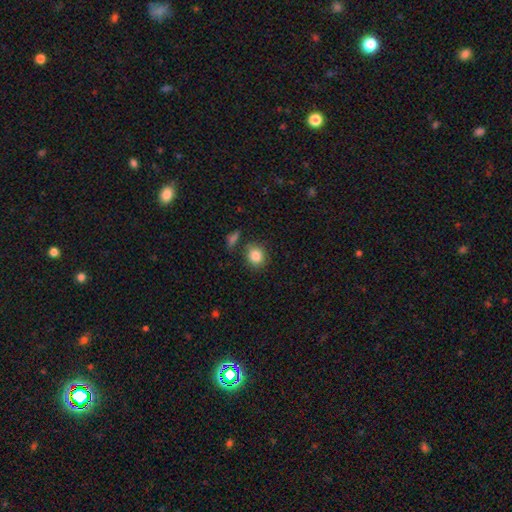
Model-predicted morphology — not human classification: smooth-or-featured: smooth: 85% | star or artifact: 9% | featured or disk: 6%
  how-rounded: round: 76% | in between: 23% | cigar-shaped: 1%
  merging: none: 79% | minor disturbance: 12% | merger: 6% | major disturbance: 3%